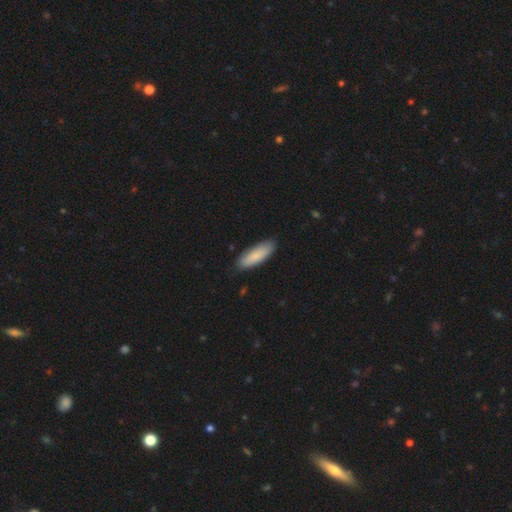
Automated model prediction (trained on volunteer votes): Smooth or featured? smooth (87%)
How rounded? in between (57%)
Merging? none (86%)